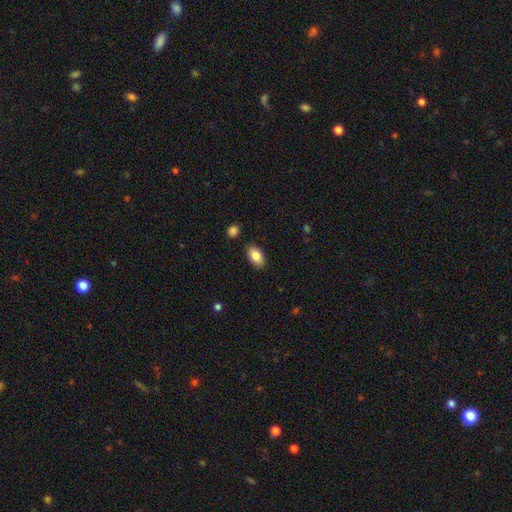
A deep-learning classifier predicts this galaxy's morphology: Smooth or featured? Predicted: smooth (p=0.84). How rounded? Predicted: in between (p=0.93). Merging? Predicted: none (p=0.87).